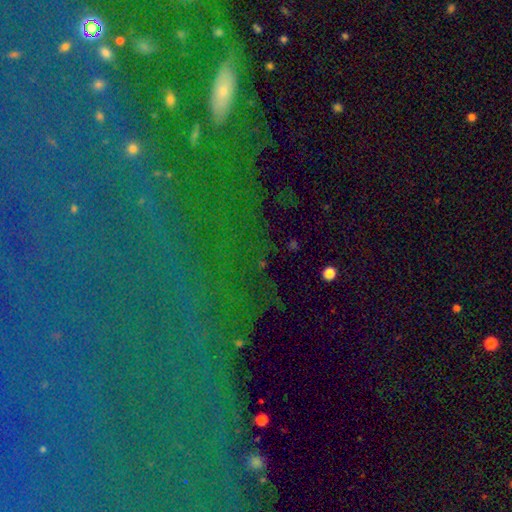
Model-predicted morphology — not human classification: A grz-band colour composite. It shows a star or artifact, not a galaxy (67%).